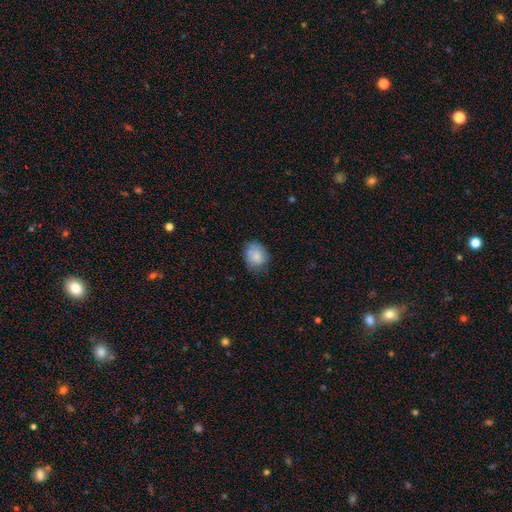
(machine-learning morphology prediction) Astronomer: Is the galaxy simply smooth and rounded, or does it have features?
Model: smooth — 79%.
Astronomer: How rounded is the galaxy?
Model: round — 53% (runner-up: in between, 46%).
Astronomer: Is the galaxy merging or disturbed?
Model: none — 65%.